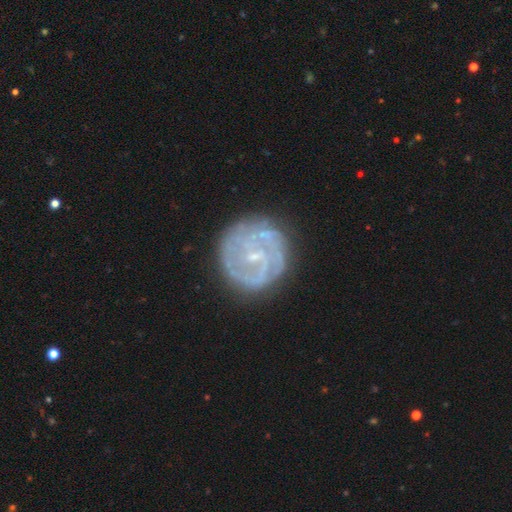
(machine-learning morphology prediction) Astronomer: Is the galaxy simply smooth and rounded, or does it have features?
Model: featured or disk — 81%.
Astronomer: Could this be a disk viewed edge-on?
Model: no — 98%.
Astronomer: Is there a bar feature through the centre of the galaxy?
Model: no — 47% (runner-up: weak, 41%).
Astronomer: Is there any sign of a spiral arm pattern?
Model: yes — 91%.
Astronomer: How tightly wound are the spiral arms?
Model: tight — 65%.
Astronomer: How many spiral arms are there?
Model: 2 — 31% (runner-up: can't tell, 29%).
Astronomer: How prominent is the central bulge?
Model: small — 77%.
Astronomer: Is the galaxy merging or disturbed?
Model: none — 78%.